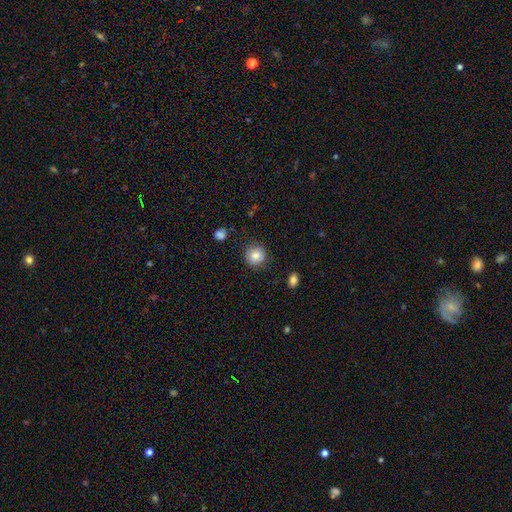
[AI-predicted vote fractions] Morphology: type=smooth (82%); roundness=round (91%); merging=none (84%).